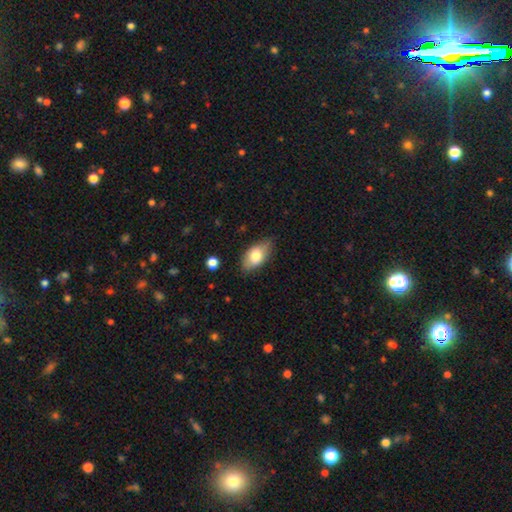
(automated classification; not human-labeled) smooth_or_featured: smooth (p=0.75) [alt: featured or disk p=0.18]
how_rounded: in between (p=0.91) [alt: round p=0.05]
merging: none (p=0.79) [alt: minor disturbance p=0.16]